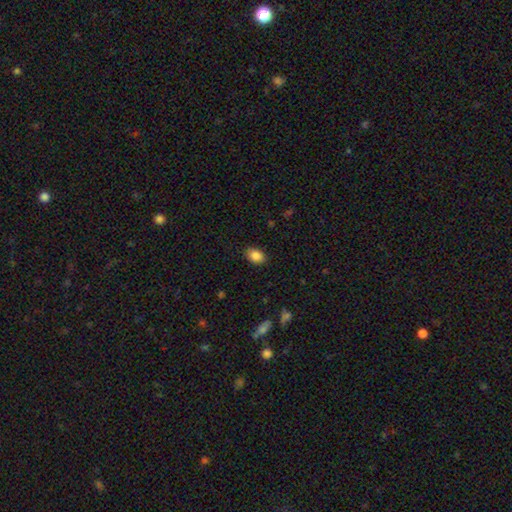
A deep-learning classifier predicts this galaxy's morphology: Q: Smooth or featured?
A: smooth (86%); runner-up: star or artifact (8%)
Q: How rounded?
A: in between (79%); runner-up: round (19%)
Q: Merging?
A: none (86%); runner-up: minor disturbance (11%)